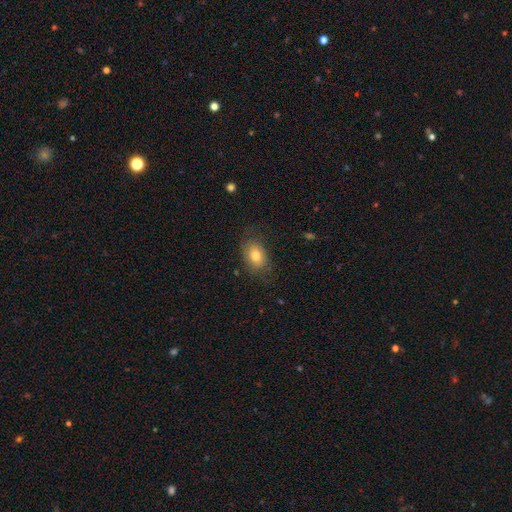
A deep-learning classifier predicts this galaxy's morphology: Q: Smooth or featured?
A: smooth (77%); runner-up: featured or disk (14%)
Q: How rounded?
A: in between (82%); runner-up: round (17%)
Q: Merging?
A: none (74%); runner-up: minor disturbance (18%)